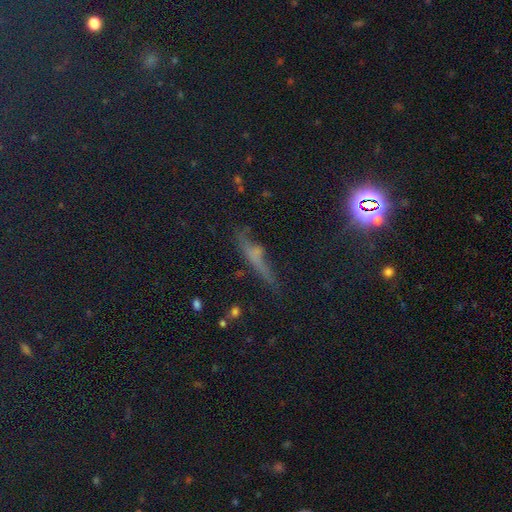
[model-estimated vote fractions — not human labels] Morphology: type=star or artifact (45%).